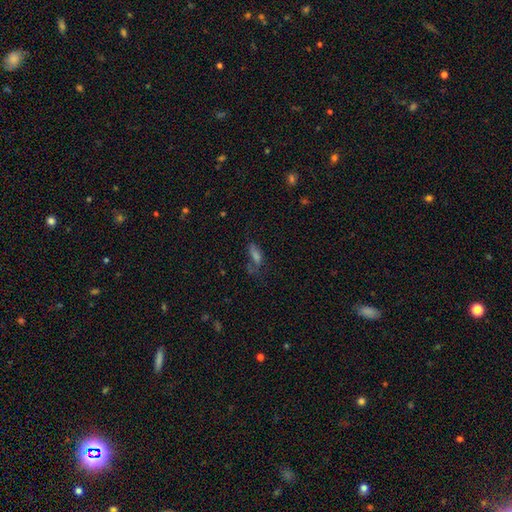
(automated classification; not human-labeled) Smooth or featured: smooth — 50% (star or artifact — 28%)
Merging: none — 44% (major disturbance — 25%)